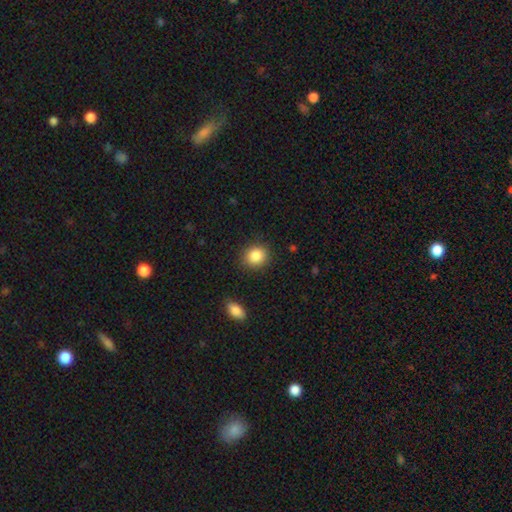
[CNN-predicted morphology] Smooth or featured: smooth — 87% (star or artifact — 9%)
How rounded: round — 78% (in between — 21%)
Merging: none — 87% (minor disturbance — 9%)